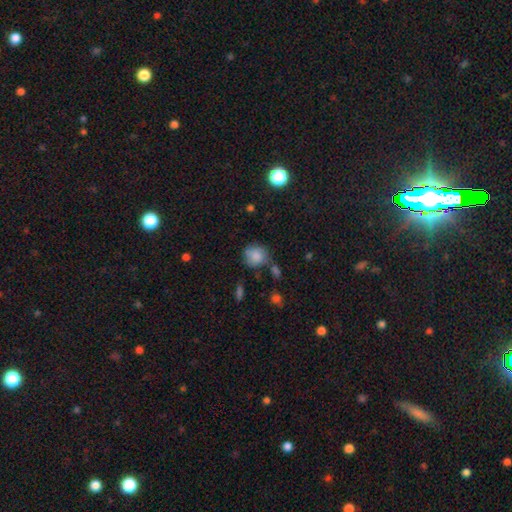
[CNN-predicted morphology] Smooth or featured?
  - smooth: 81% *
  - featured or disk: 10%
  - star or artifact: 9%
How rounded?
  - round: 79% *
  - in between: 20%
  - cigar-shaped: 1%
Merging?
  - none: 59% *
  - minor disturbance: 24%
  - merger: 9%
  - major disturbance: 7%